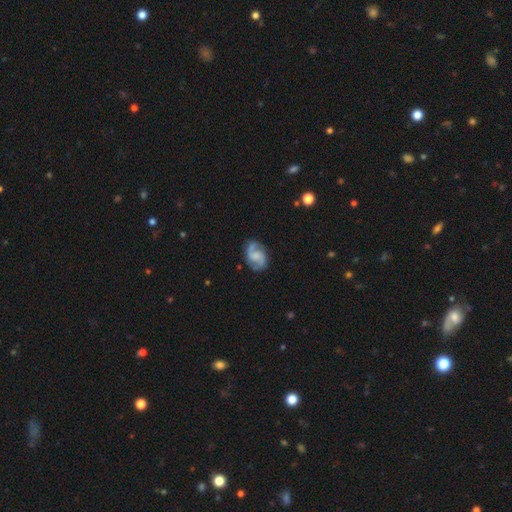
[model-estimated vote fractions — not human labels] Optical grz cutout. It shows a featured or disk galaxy (84%) with a weak bar (46%), 2 (91%) medium (53%) spiral arms (96%) and a small central bulge (36%). Merging: none (79%).